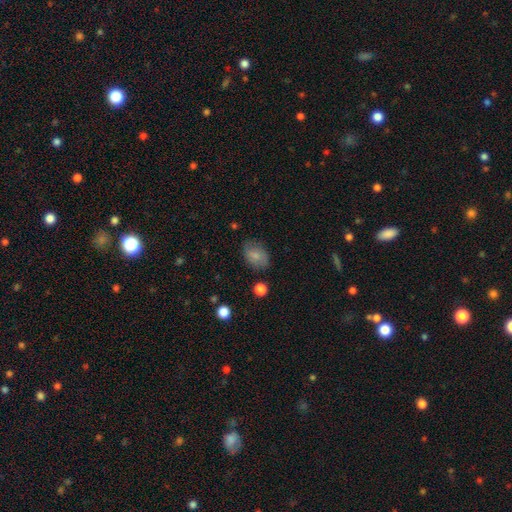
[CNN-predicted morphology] This appears to be a smooth galaxy with no disk features (74%) that is in between round and cigar-shaped (80%). Merging: none (74%).